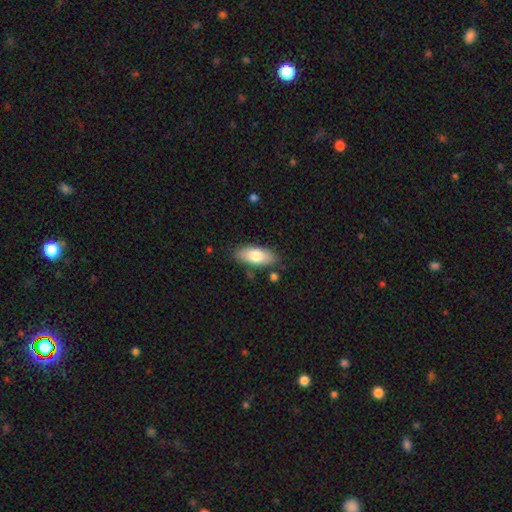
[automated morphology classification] Smooth or featured? smooth (76%)
How rounded? in between (83%)
Merging? none (82%)